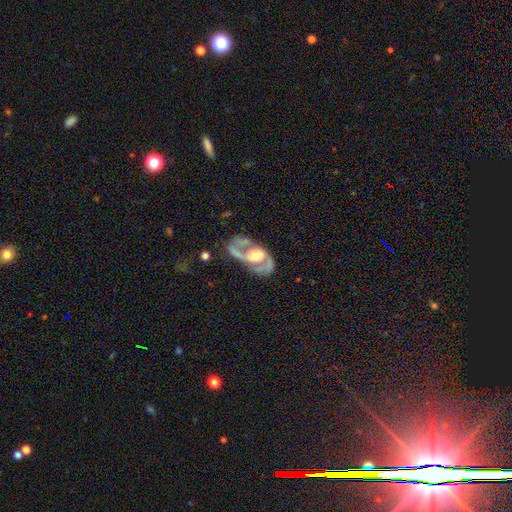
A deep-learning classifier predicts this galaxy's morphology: A featured or disk galaxy (84%) with no bar (55%), 2 (84%) medium (52%) spiral arms (85%) and a moderate central bulge (57%).

Vote fractions:
- Smooth or featured? featured or disk: 84% / smooth: 11% / star or artifact: 5%
- Edge-on disk? no: 95% / yes: 5%
- Bar? no: 55% / weak: 32% / strong: 13%
- Spiral arms? yes: 85% / no: 15%
- Spiral winding? medium: 52% / loose: 26% / tight: 22%
- Spiral arm count? 2: 84% / can't tell: 6% / 1: 5% / 3: 2% / 4: 1% / more than 4: 1%
- Bulge size? moderate: 57% / large: 24% / small: 15% / none: 2% / dominant: 2%
- Merging? none: 55% / minor disturbance: 20% / major disturbance: 20% / merger: 4%